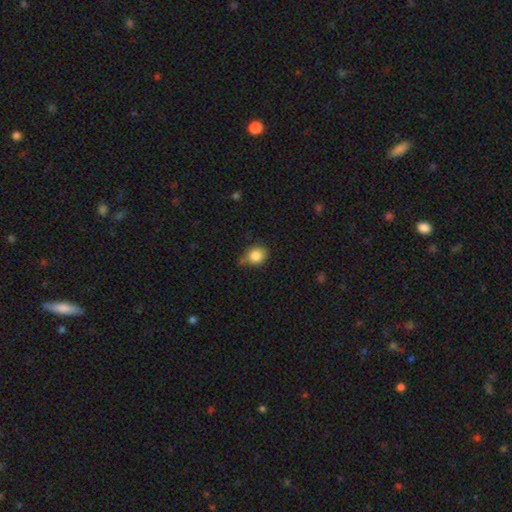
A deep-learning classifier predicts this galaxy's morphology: Smooth or featured? Predicted: smooth (p=0.84). How rounded? Predicted: round (p=0.77). Merging? Predicted: none (p=0.51).